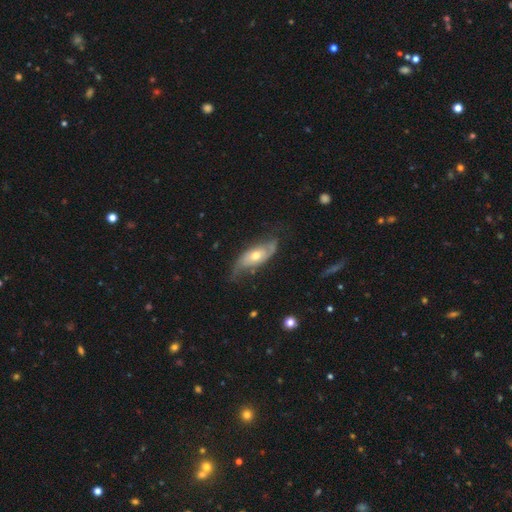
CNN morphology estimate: smooth-or-featured: featured or disk: 64% | smooth: 30% | star or artifact: 6%
  disk-edge-on: no: 83% | yes: 17%
    bar: no: 75% | weak: 19% | strong: 5%
    has-spiral-arms: yes: 78% | no: 22%
    bulge-size: moderate: 66% | small: 26% | large: 5% | none: 1% | dominant: 1%
  merging: none: 56% | minor disturbance: 29% | major disturbance: 13% | merger: 2%